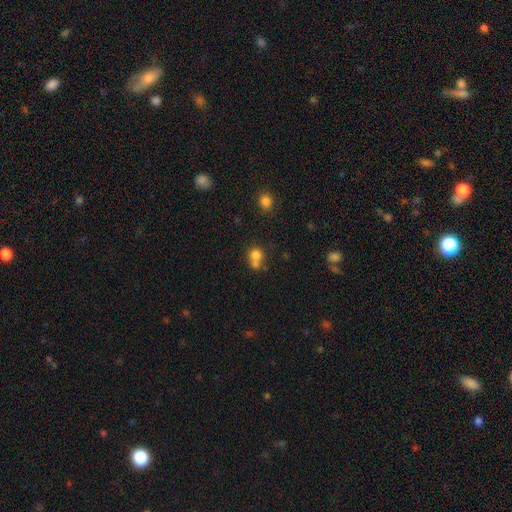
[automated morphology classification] The model was most divided on "merging": merger: 49%, none: 41%, minor disturbance: 7%, major disturbance: 3%. More confident: how rounded — round (83%); smooth or featured — smooth (76%).